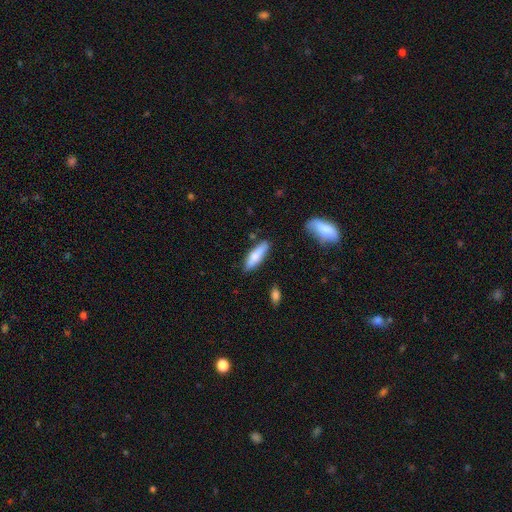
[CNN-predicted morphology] Q: Smooth or featured?
A: smooth (78%); runner-up: featured or disk (16%)
Q: How rounded?
A: cigar-shaped (56%); runner-up: in between (42%)
Q: Merging?
A: none (79%); runner-up: minor disturbance (15%)